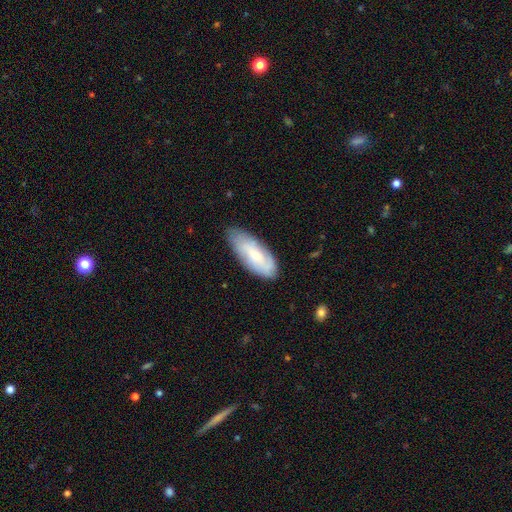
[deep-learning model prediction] The model was most divided on "smooth or featured": smooth: 52%, featured or disk: 41%, star or artifact: 6%. More confident: how rounded — in between (76%); merging — none (73%).